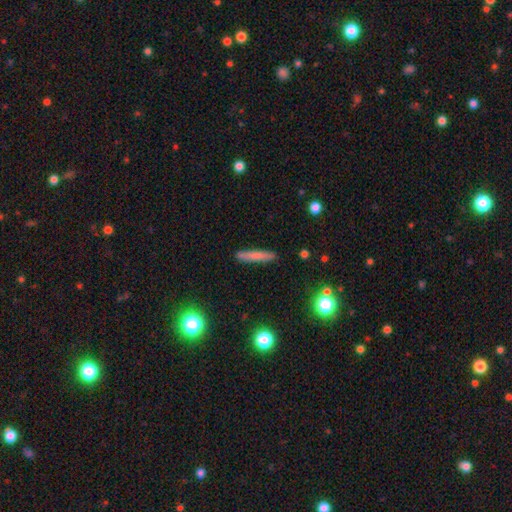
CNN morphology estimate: A smooth galaxy with no disk features (72%) that is cigar-shaped (92%).

Vote fractions:
- Smooth or featured? smooth: 72% / featured or disk: 20% / star or artifact: 8%
- How rounded? cigar-shaped: 92% / in between: 6% / round: 2%
- Merging? none: 88% / minor disturbance: 8% / major disturbance: 2% / merger: 2%